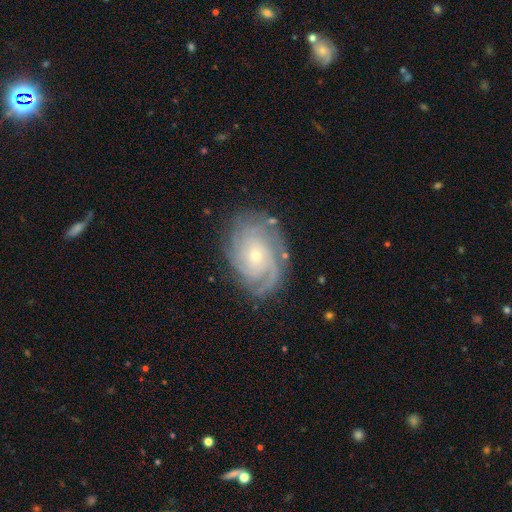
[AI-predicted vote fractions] featured or disk 86%, smooth 8%, star or artifact 6%. Down the decision tree: edge-on disk — no (96%); bar — no (75%); spiral arms — yes (97%); spiral arm count — can't tell (27%); spiral winding — tight (71%); bulge size — small (66%); merging — none (77%).